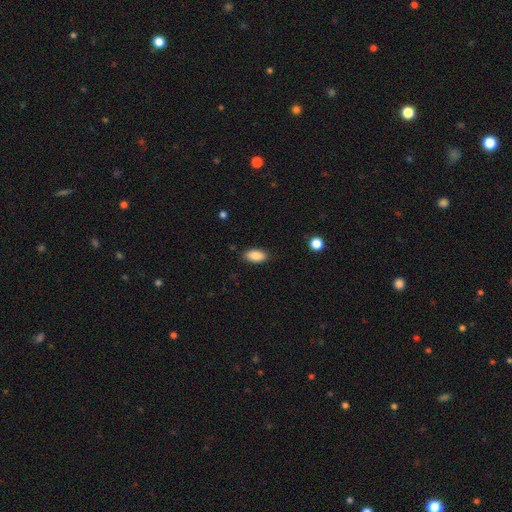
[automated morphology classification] smooth_or_featured: smooth (p=0.88) [alt: star or artifact p=0.07]
how_rounded: in between (p=0.92) [alt: cigar-shaped p=0.05]
merging: none (p=0.86) [alt: minor disturbance p=0.10]